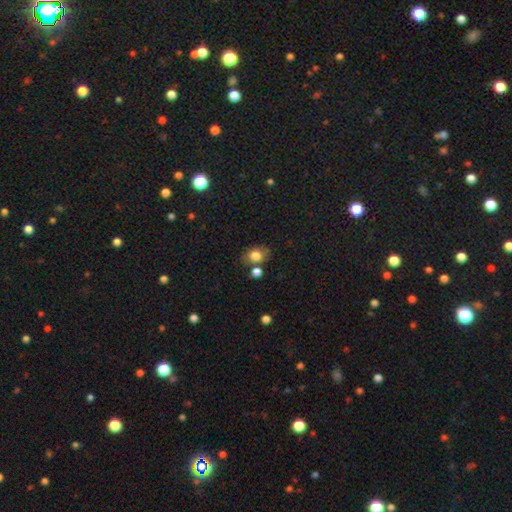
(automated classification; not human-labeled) smooth-or-featured: smooth: 79% | featured or disk: 11% | star or artifact: 10%
  how-rounded: in between: 66% | round: 33% | cigar-shaped: 1%
  merging: none: 66% | minor disturbance: 15% | merger: 14% | major disturbance: 4%